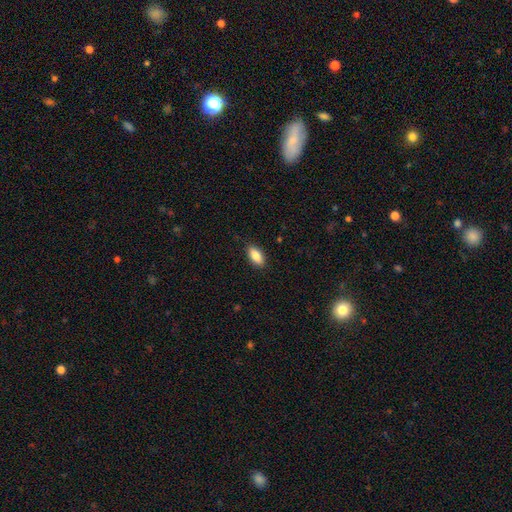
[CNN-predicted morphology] Overall: smooth (86%). How rounded: in between (89%). Merging: none (86%).